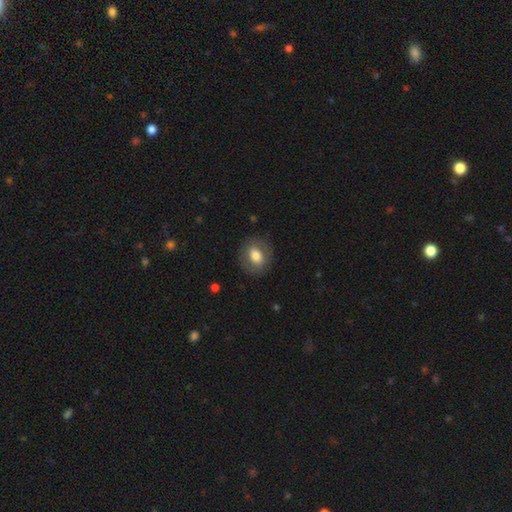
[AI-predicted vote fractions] Q: Smooth or featured?
A: smooth (70%); runner-up: featured or disk (22%)
Q: How rounded?
A: round (57%); runner-up: in between (42%)
Q: Merging?
A: none (85%); runner-up: minor disturbance (10%)